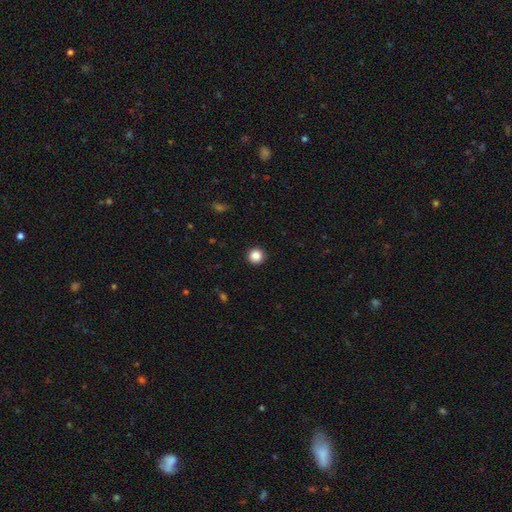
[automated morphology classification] Smooth or featured?
  - smooth: 86% *
  - star or artifact: 10%
  - featured or disk: 3%
How rounded?
  - round: 96% *
  - in between: 3%
  - cigar-shaped: 1%
Merging?
  - none: 93% *
  - minor disturbance: 4%
  - major disturbance: 2%
  - merger: 1%